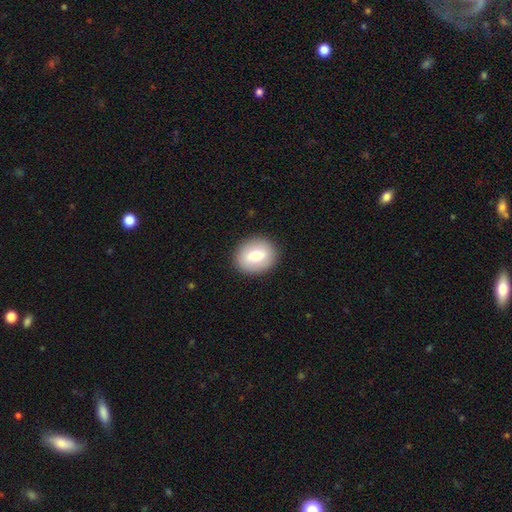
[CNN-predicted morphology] Smooth or featured? smooth (69%)
How rounded? round (65%)
Merging? none (90%)